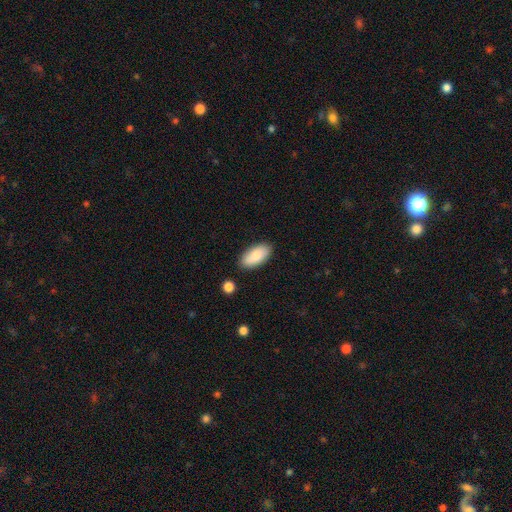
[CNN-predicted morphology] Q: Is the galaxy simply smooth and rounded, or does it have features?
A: smooth — 83%.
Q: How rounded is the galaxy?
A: in between — 93%.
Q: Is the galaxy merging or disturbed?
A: none — 85%.